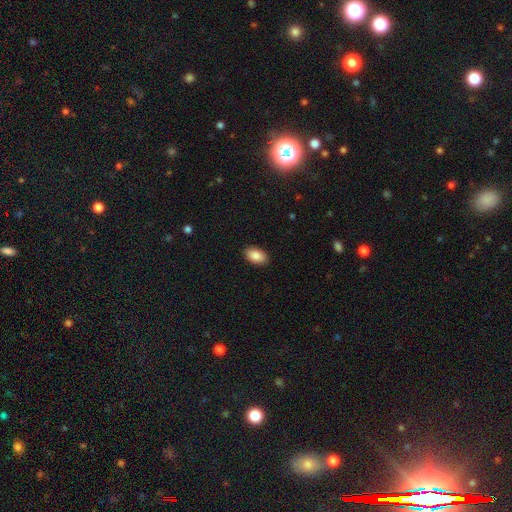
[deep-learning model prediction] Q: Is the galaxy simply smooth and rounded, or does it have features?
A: smooth — 88%.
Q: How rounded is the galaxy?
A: in between — 93%.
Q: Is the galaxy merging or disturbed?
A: none — 90%.